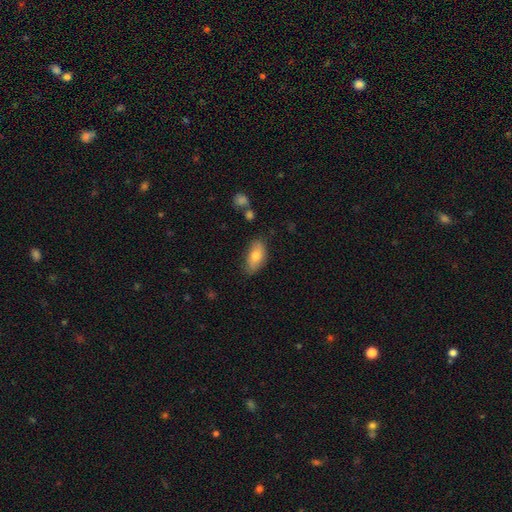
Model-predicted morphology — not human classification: smooth-or-featured: smooth: 77% | featured or disk: 16% | star or artifact: 7%
  how-rounded: in between: 90% | cigar-shaped: 7% | round: 3%
  merging: none: 77% | minor disturbance: 18% | major disturbance: 3% | merger: 2%